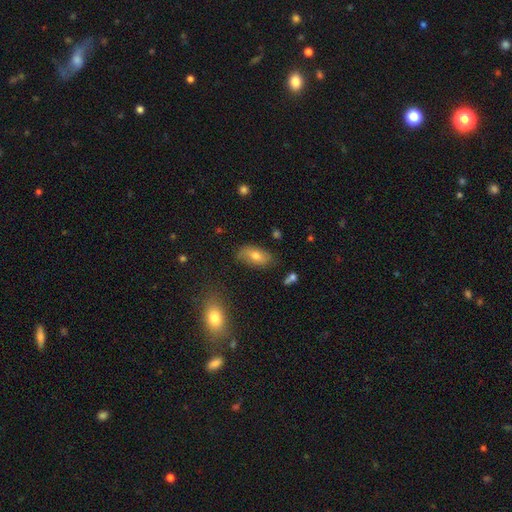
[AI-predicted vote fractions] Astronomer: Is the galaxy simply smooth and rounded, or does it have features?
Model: smooth — 64%.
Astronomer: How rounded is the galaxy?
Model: in between — 89%.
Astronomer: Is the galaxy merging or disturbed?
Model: none — 73%.